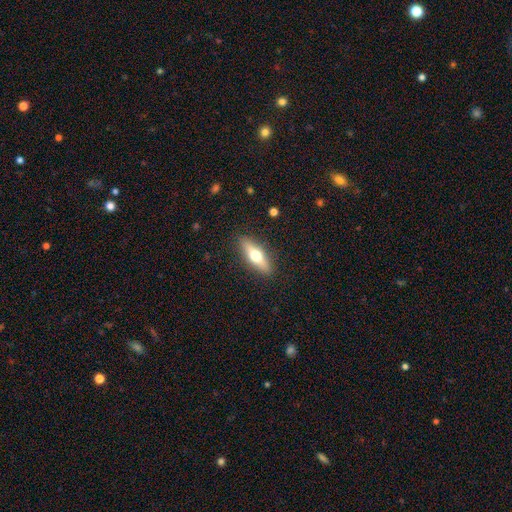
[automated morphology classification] A smooth galaxy with no disk features (52%) that is cigar-shaped (52%). Merging: none (89%).